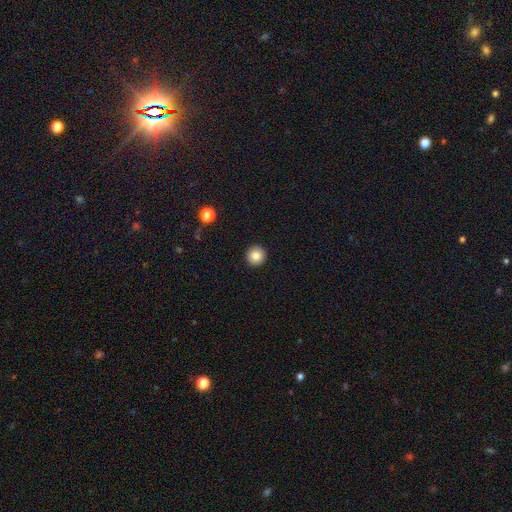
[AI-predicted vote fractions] A smooth galaxy with no disk features (83%) that is round (96%).

Vote fractions:
- Smooth or featured? smooth: 83% / star or artifact: 10% / featured or disk: 7%
- How rounded? round: 96% / in between: 3% / cigar-shaped: 1%
- Merging? none: 93% / minor disturbance: 4% / major disturbance: 1% / merger: 1%